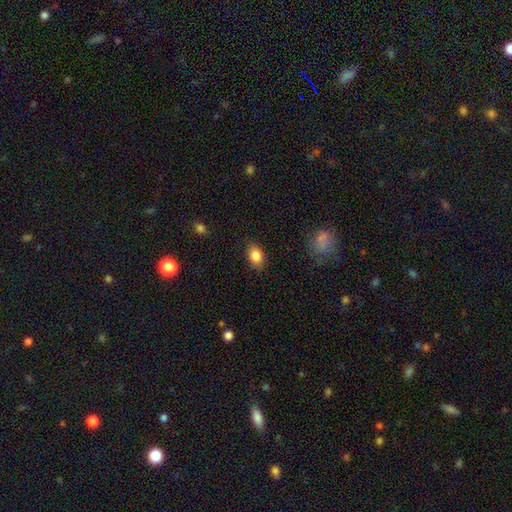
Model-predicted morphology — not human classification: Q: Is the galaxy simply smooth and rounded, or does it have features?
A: smooth — 86%.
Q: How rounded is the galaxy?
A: in between — 79%.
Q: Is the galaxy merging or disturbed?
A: none — 82%.